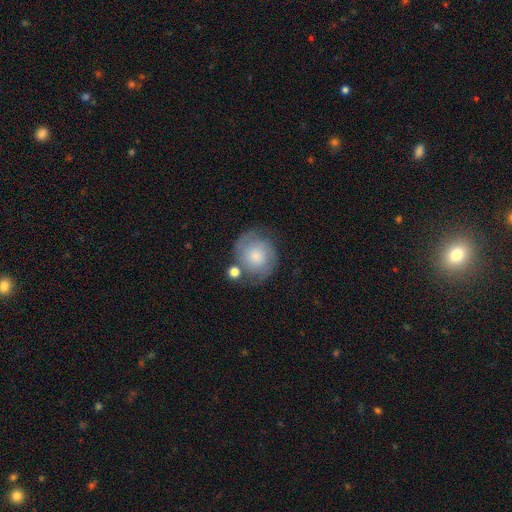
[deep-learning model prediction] smooth-or-featured: smooth: 48% | featured or disk: 44% | star or artifact: 8%
  merging: none: 59% | minor disturbance: 21% | merger: 10% | major disturbance: 9%